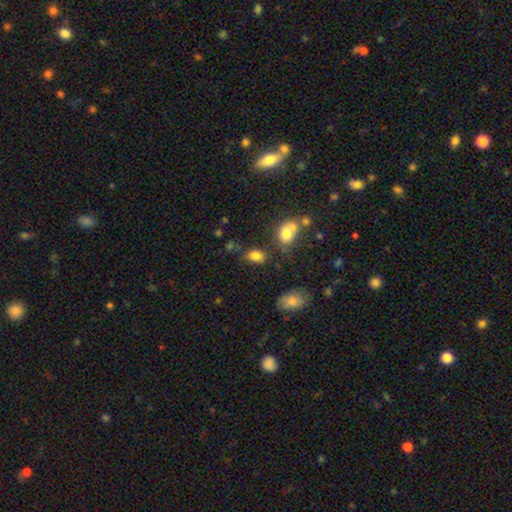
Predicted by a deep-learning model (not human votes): Overall: smooth (82%). How rounded: in between (82%). Merging: none (68%).